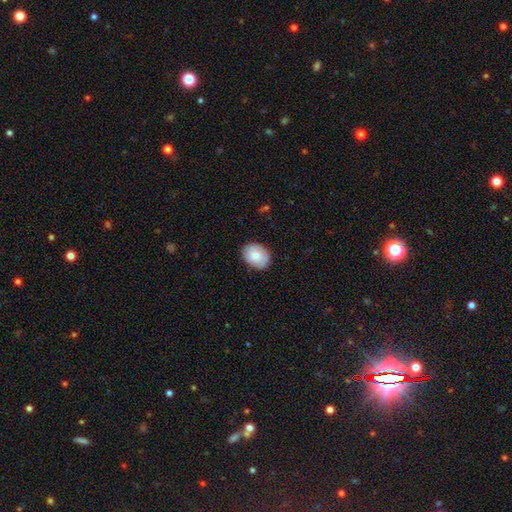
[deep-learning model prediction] smooth 79%, featured or disk 14%, star or artifact 6%. Down the decision tree: how rounded — in between (63%); merging — none (84%).